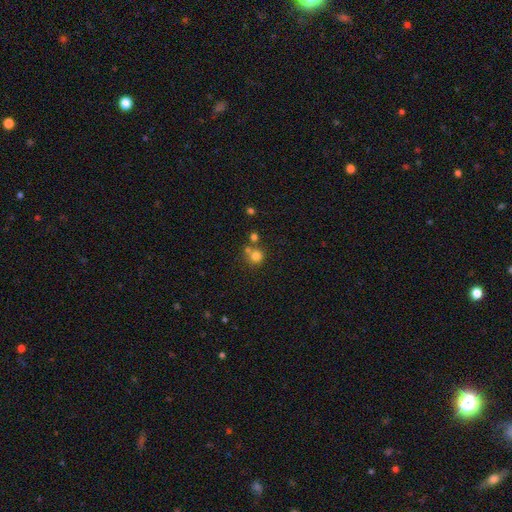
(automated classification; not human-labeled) Smooth or featured: smooth — 77% (star or artifact — 14%)
How rounded: round — 90% (in between — 9%)
Merging: none — 59% (merger — 30%)